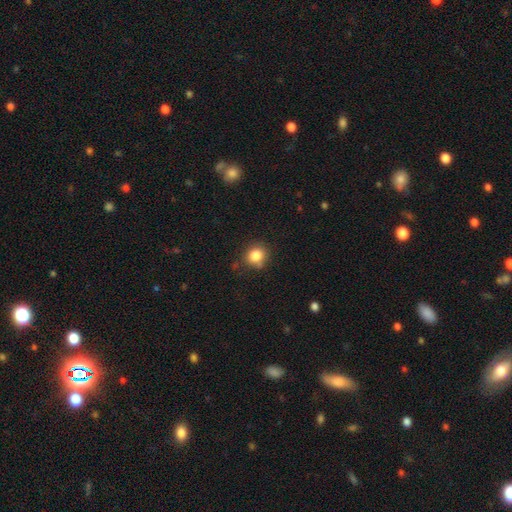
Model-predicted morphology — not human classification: type=smooth (83%); roundness=round (84%); merging=none (76%).